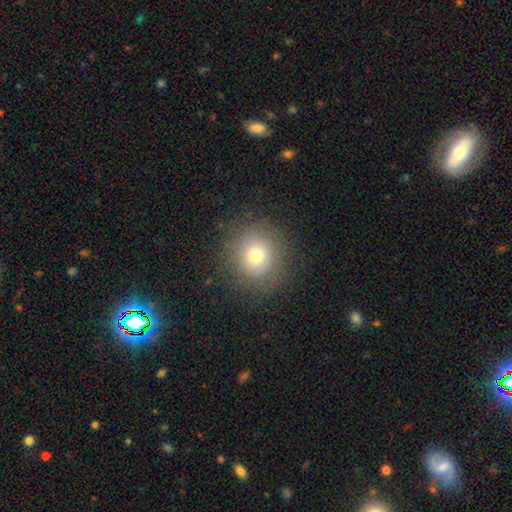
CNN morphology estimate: Smooth or featured? Predicted: smooth (p=0.74). How rounded? Predicted: round (p=0.90). Merging? Predicted: none (p=0.86).